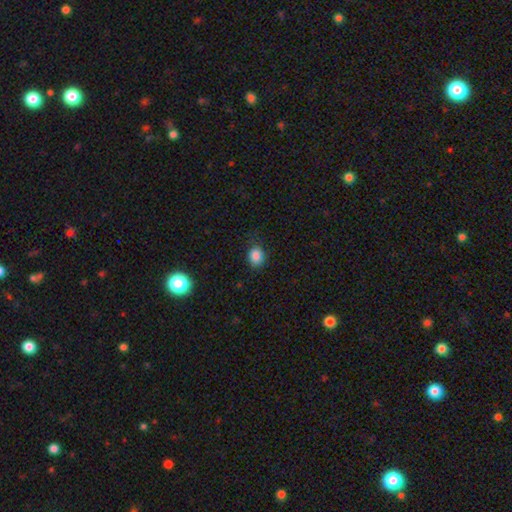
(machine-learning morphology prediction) Q: Smooth or featured?
A: smooth (85%); runner-up: star or artifact (11%)
Q: How rounded?
A: round (62%); runner-up: in between (37%)
Q: Merging?
A: none (78%); runner-up: minor disturbance (17%)